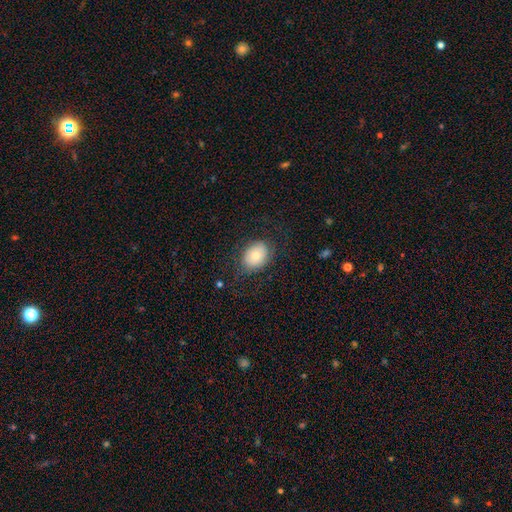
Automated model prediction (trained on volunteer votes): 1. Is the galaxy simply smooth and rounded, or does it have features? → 76% smooth, 16% featured or disk, 8% star or artifact.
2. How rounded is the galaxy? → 68% in between, 32% round, 1% cigar-shaped.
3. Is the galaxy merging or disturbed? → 76% none, 15% minor disturbance, 8% major disturbance, 1% merger.